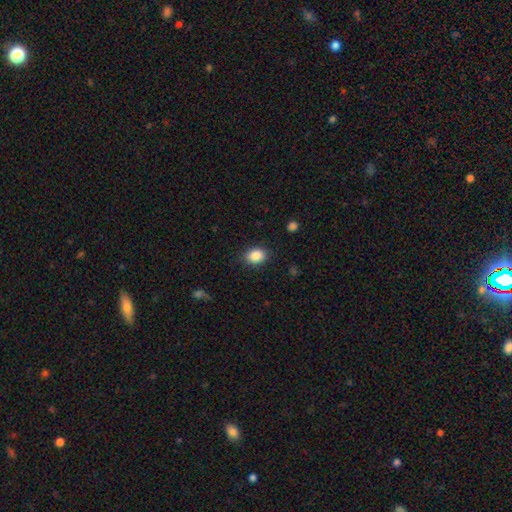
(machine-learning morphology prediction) Smooth or featured? smooth (87%)
How rounded? in between (59%)
Merging? none (87%)